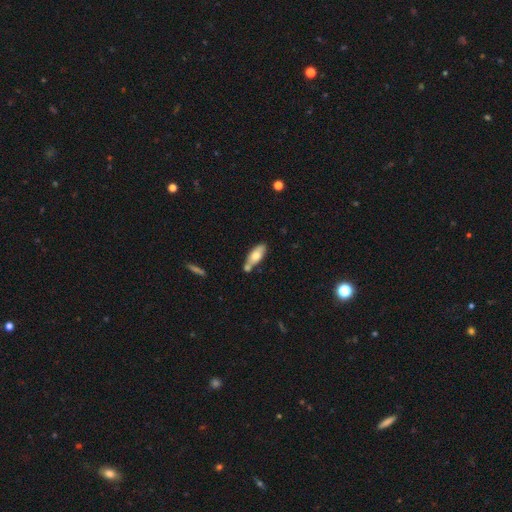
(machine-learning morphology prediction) This is likely a smooth galaxy (66%). How rounded: likely in between (72%). Merging: possibly none (59%).